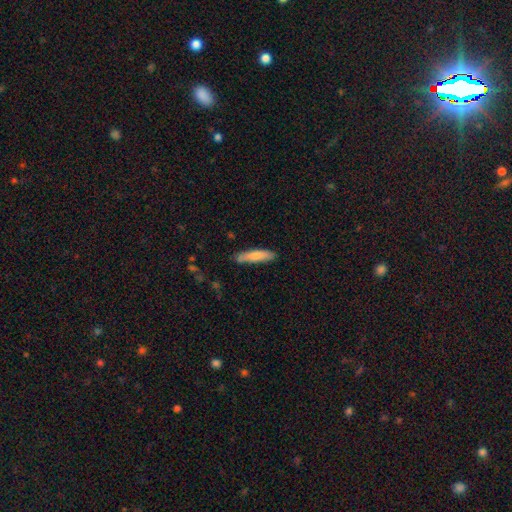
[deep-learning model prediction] Q: Smooth or featured?
A: smooth (77%); runner-up: featured or disk (17%)
Q: How rounded?
A: cigar-shaped (82%); runner-up: in between (17%)
Q: Merging?
A: none (81%); runner-up: minor disturbance (15%)